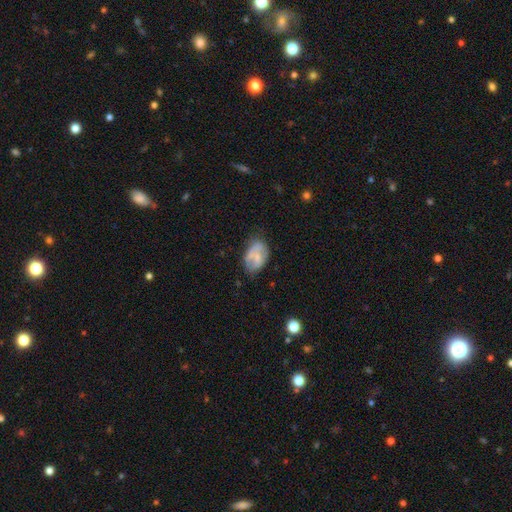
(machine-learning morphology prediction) A smooth galaxy with no disk features (50%). Merging: none (52%).